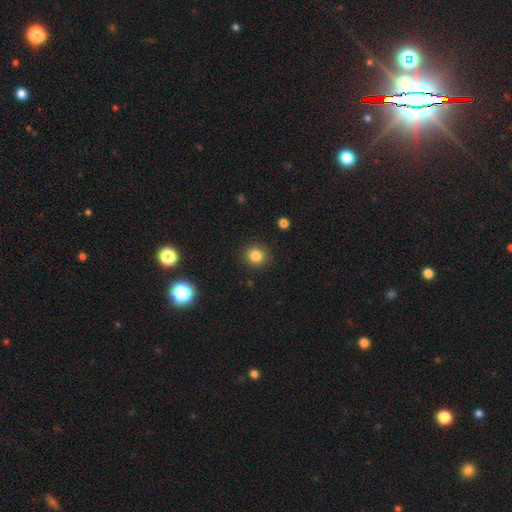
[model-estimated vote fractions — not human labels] A smooth galaxy with no disk features (83%) that is round (90%).

Vote fractions:
- Smooth or featured? smooth: 83% / star or artifact: 12% / featured or disk: 5%
- How rounded? round: 90% / in between: 9% / cigar-shaped: 1%
- Merging? none: 90% / minor disturbance: 6% / major disturbance: 2% / merger: 1%